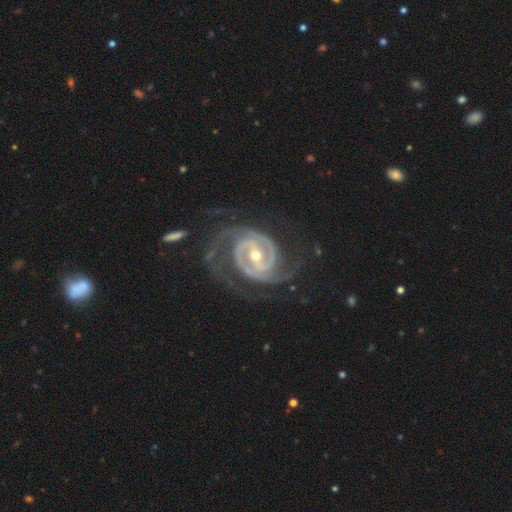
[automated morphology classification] Smooth or featured?
  - featured or disk: 93% *
  - star or artifact: 4%
  - smooth: 3%
Edge-on disk?
  - no: 98% *
  - yes: 2%
Bar?
  - strong: 46% *
  - weak: 37%
  - no: 17%
Spiral arms?
  - yes: 98% *
  - no: 2%
Spiral winding?
  - tight: 61% *
  - medium: 33%
  - loose: 6%
Spiral arm count?
  - 2: 64% *
  - 3: 18%
  - can't tell: 7%
  - 4: 5%
  - 1: 4%
  - more than 4: 4%
Bulge size?
  - moderate: 53% *
  - small: 44%
  - large: 2%
  - none: 1%
  - dominant: 1%
Merging?
  - none: 65% *
  - minor disturbance: 17%
  - major disturbance: 15%
  - merger: 2%